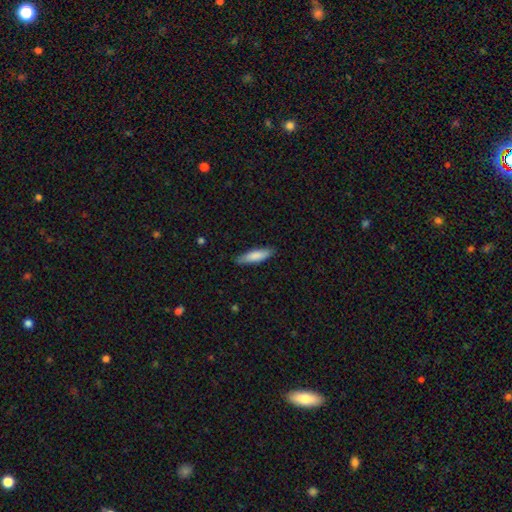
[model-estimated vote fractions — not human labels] Q: Smooth or featured?
A: smooth (82%); runner-up: featured or disk (12%)
Q: How rounded?
A: cigar-shaped (63%); runner-up: in between (35%)
Q: Merging?
A: none (84%); runner-up: minor disturbance (13%)